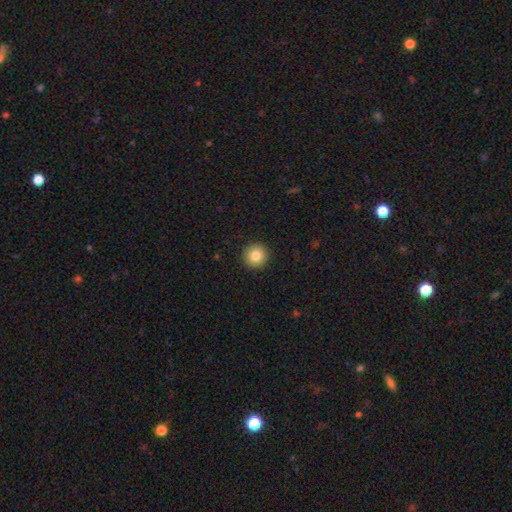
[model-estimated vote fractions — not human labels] Morphology: type=smooth (83%); roundness=round (95%); merging=none (93%).